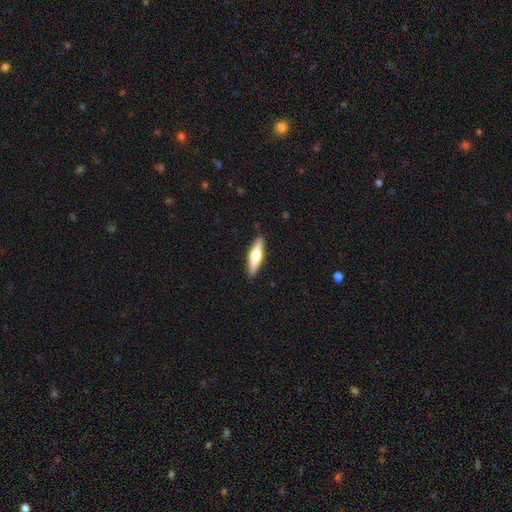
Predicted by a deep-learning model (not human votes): Morphology: type=featured or disk (54%); edge-on=yes (95%); edge-on bulge=rounded (93%); merging=none (90%).